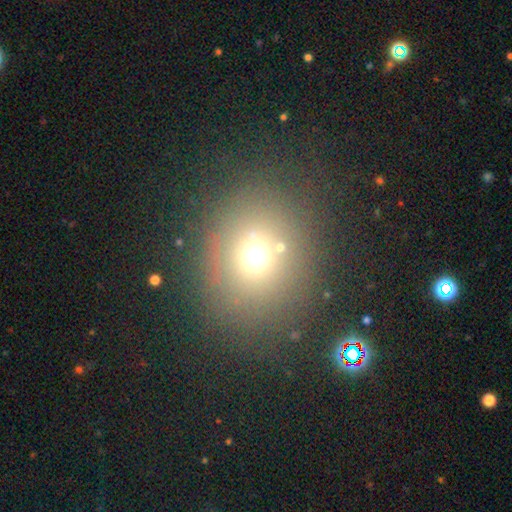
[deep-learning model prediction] Smooth or featured: smooth — 66% (star or artifact — 23%)
How rounded: round — 79% (in between — 20%)
Merging: none — 78% (minor disturbance — 10%)